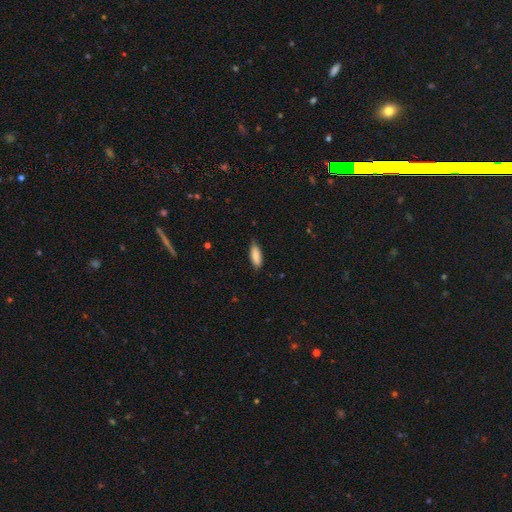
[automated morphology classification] smooth 85%, featured or disk 9%, star or artifact 6%. Down the decision tree: how rounded — in between (64%); merging — none (75%).